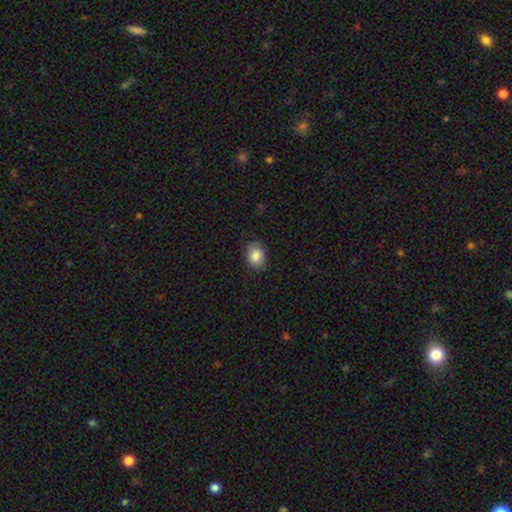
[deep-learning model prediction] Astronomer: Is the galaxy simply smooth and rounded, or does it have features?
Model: smooth — 83%.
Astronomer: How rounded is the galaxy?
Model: in between — 66%.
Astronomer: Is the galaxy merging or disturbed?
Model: none — 80%.